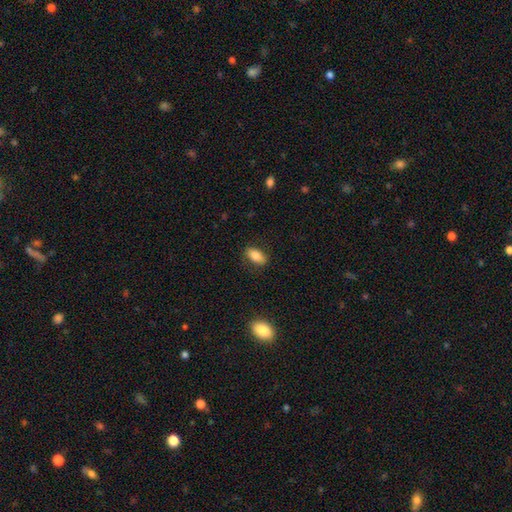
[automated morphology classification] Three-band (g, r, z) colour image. It shows a smooth galaxy with no disk features (81%) that is in between round and cigar-shaped (88%). Merging: none (85%).